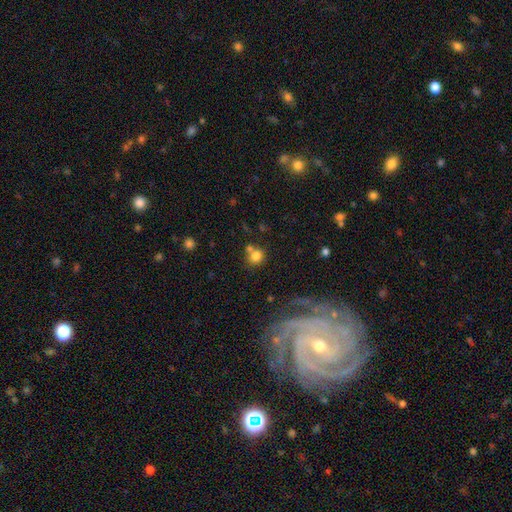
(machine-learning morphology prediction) Smooth or featured: smooth — 80% (star or artifact — 11%)
How rounded: round — 83% (in between — 16%)
Merging: none — 59% (merger — 26%)